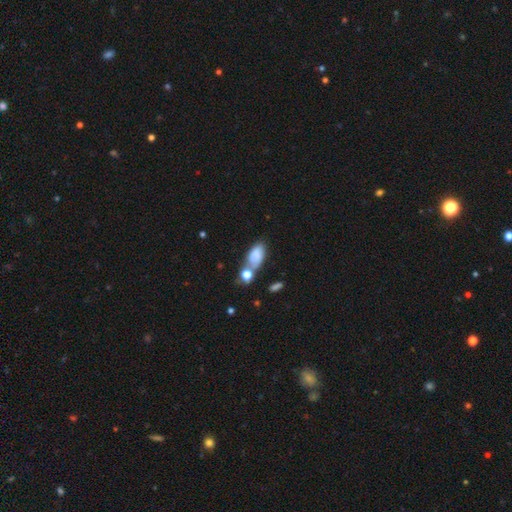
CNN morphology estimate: Smooth or featured? smooth (69%)
How rounded? in between (86%)
Merging? none (39%)